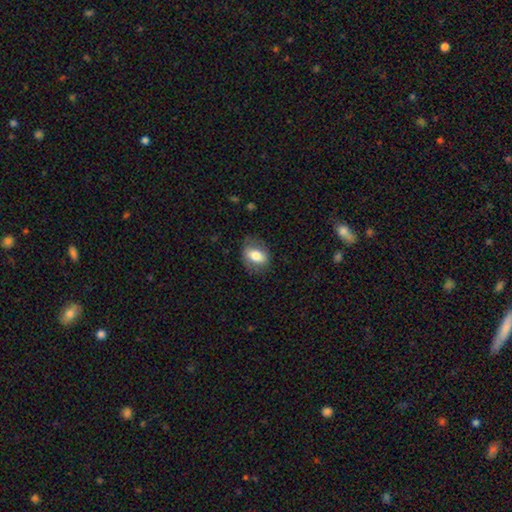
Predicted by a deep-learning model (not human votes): A smooth galaxy with no disk features (69%) that is in between round and cigar-shaped (77%). Merging: none (73%).